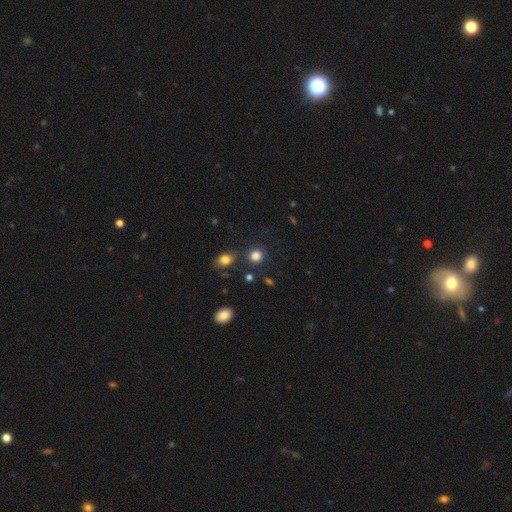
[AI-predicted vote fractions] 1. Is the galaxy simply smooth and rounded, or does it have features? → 81% smooth, 14% star or artifact, 4% featured or disk.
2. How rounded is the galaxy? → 85% round, 14% in between, 1% cigar-shaped.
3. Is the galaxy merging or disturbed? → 78% none, 10% minor disturbance, 7% merger, 4% major disturbance.